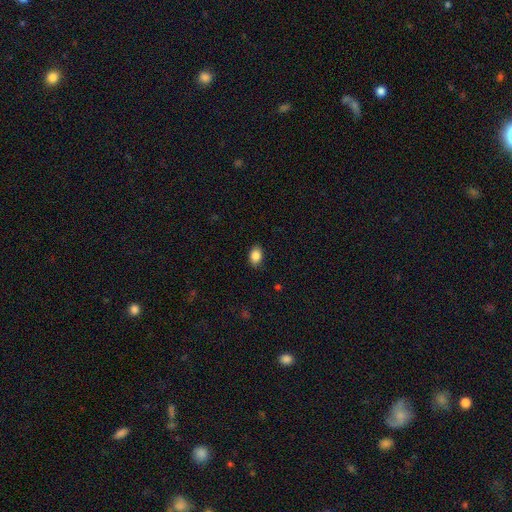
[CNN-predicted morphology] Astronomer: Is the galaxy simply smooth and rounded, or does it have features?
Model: smooth — 87%.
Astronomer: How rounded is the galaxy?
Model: in between — 79%.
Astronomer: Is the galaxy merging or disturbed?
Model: none — 87%.